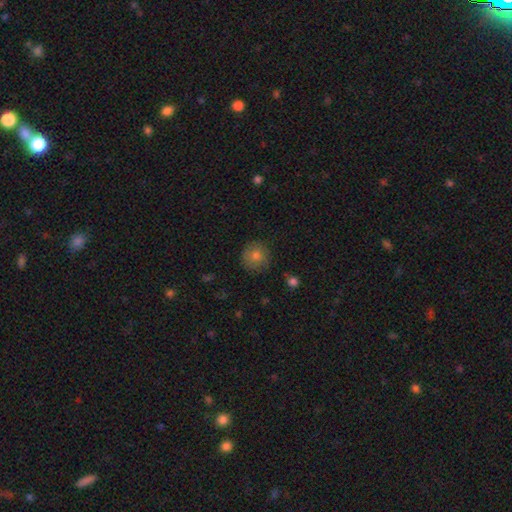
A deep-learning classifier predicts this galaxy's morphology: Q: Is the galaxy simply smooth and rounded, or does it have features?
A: smooth — 77%.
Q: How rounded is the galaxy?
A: round — 93%.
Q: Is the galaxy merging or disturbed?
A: none — 84%.